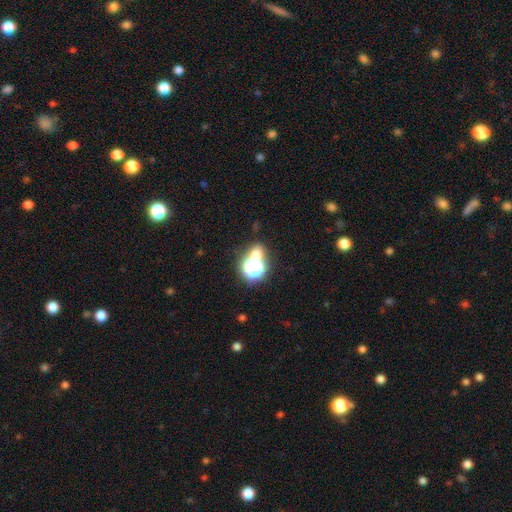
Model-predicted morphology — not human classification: Smooth or featured? smooth (51%)
How rounded? round (73%)
Merging? none (55%)